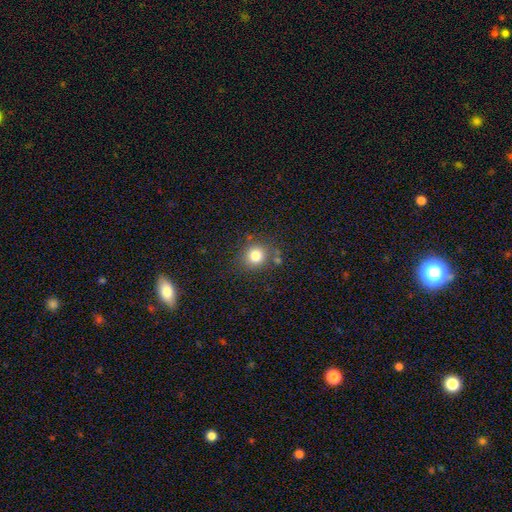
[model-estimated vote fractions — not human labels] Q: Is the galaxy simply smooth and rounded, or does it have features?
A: smooth — 80%.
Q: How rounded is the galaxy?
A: round — 87%.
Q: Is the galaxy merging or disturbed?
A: none — 77%.